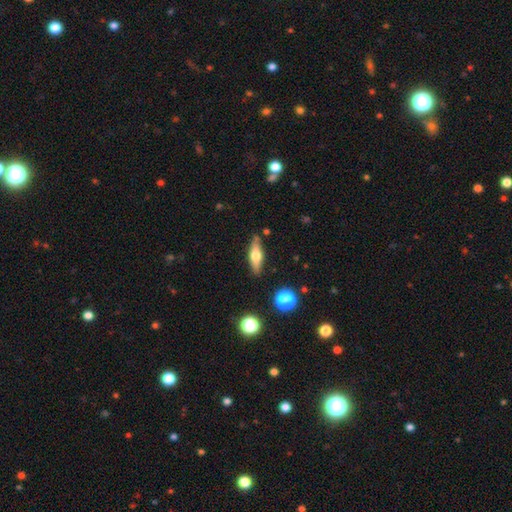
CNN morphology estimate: Q: Smooth or featured?
A: featured or disk (46%); tied with: smooth (46%)
Q: Merging?
A: none (82%); runner-up: minor disturbance (12%)